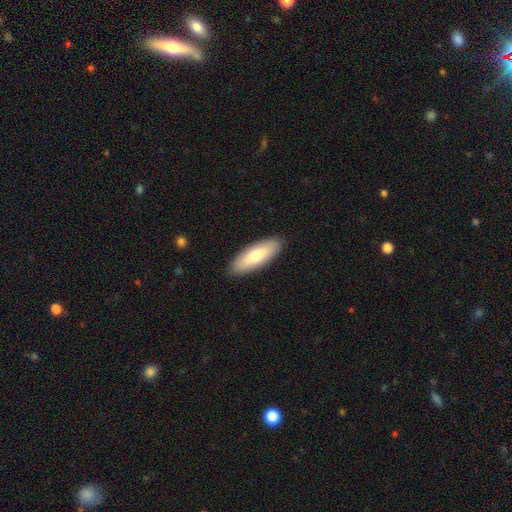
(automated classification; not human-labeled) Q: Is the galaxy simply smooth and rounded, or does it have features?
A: smooth — 76%.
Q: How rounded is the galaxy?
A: in between — 64%.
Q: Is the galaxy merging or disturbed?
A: none — 90%.